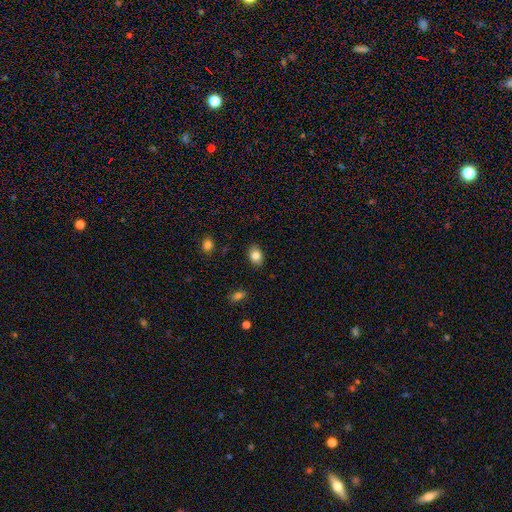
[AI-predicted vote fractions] Smooth or featured: smooth — 82% (featured or disk — 9%)
How rounded: in between — 76% (round — 22%)
Merging: none — 87% (minor disturbance — 9%)